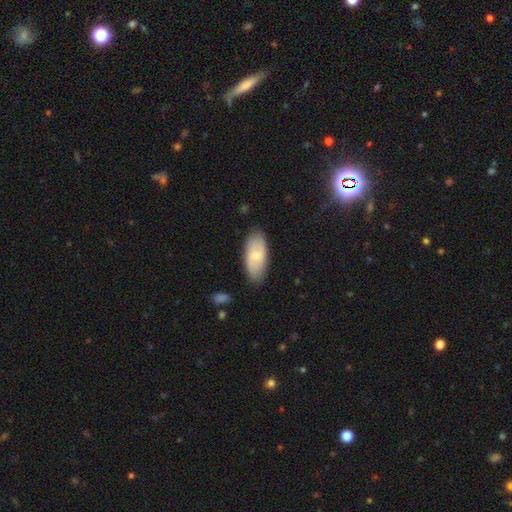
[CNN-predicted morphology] A smooth galaxy with no disk features (59%) that is in between round and cigar-shaped (89%).

Vote fractions:
- Smooth or featured? smooth: 59% / featured or disk: 35% / star or artifact: 6%
- How rounded? in between: 89% / cigar-shaped: 9% / round: 3%
- Merging? none: 83% / minor disturbance: 13% / major disturbance: 3% / merger: 1%